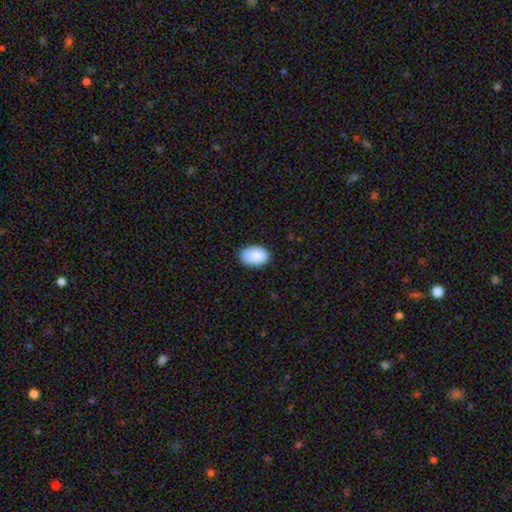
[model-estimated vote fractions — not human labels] This appears to be a smooth galaxy with no disk features (89%) that is in between round and cigar-shaped (89%). Merging: none (80%).